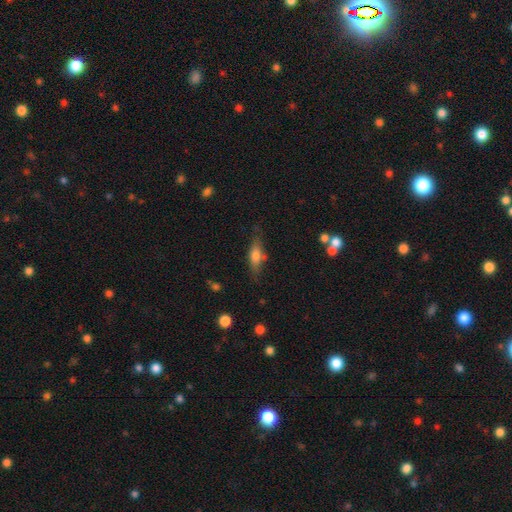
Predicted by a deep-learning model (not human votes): Morphology: type=smooth (61%); roundness=in between (56%); merging=none (69%).